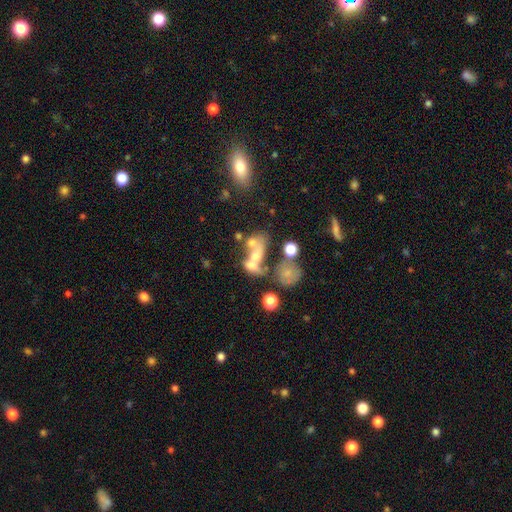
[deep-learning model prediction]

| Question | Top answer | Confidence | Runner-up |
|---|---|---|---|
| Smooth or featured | smooth | 44% | featured or disk (37%) |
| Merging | merger | 59% | none (17%) |